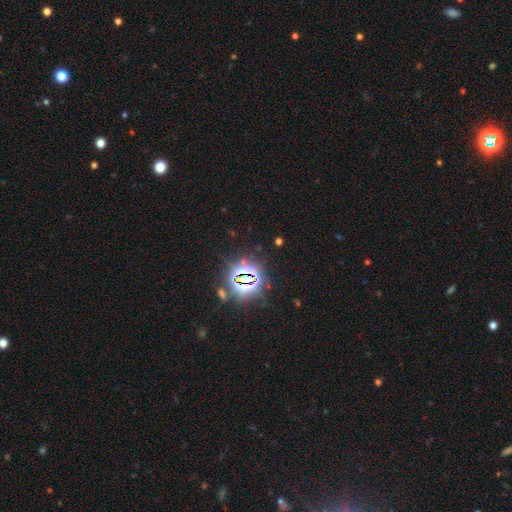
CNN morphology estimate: Overall: star or artifact (84%).